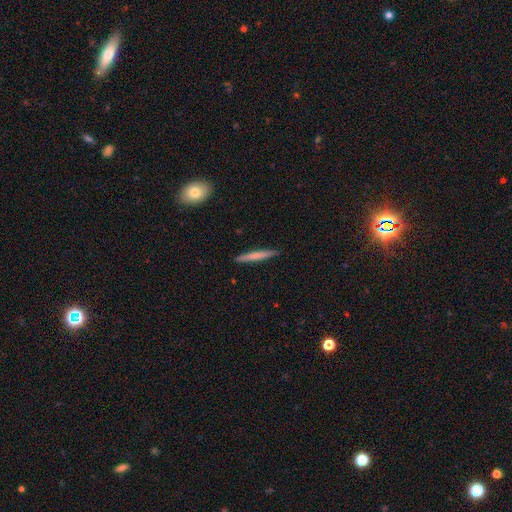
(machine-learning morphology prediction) Smooth or featured? smooth (65%)
How rounded? cigar-shaped (95%)
Merging? none (91%)